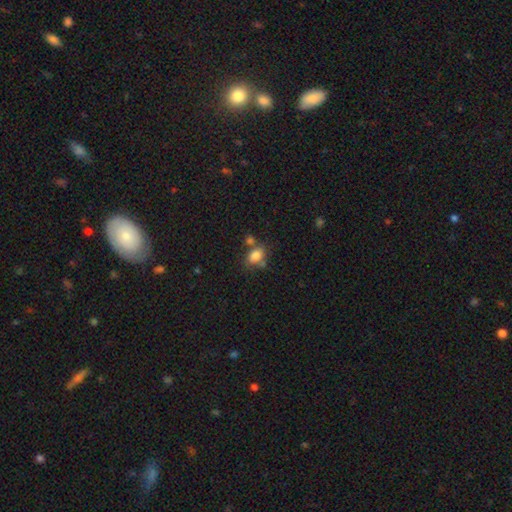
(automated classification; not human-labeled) This is clearly a smooth galaxy (81%). How rounded: likely in between (77%). Merging: possibly none (52%).